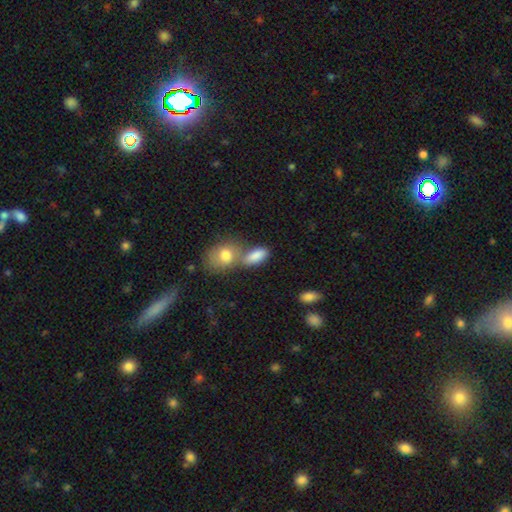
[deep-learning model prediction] The model was most divided on "merging": merger: 43%, none: 39%, minor disturbance: 12%, major disturbance: 5%. More confident: how rounded — in between (87%); smooth or featured — smooth (84%).